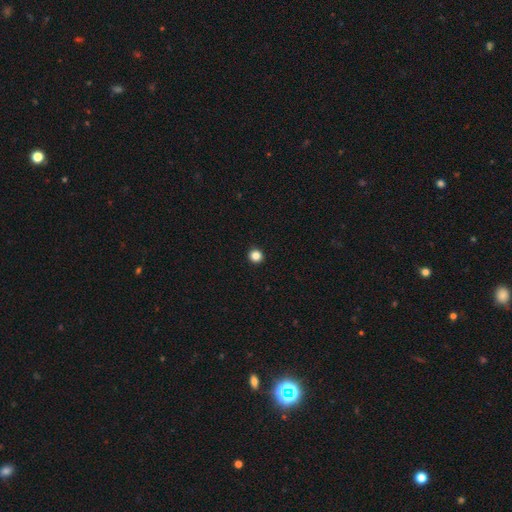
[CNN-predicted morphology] smooth-or-featured: smooth: 84% | star or artifact: 12% | featured or disk: 4%
  how-rounded: round: 96% | in between: 3% | cigar-shaped: 1%
  merging: none: 94% | minor disturbance: 4% | major disturbance: 1% | merger: 1%